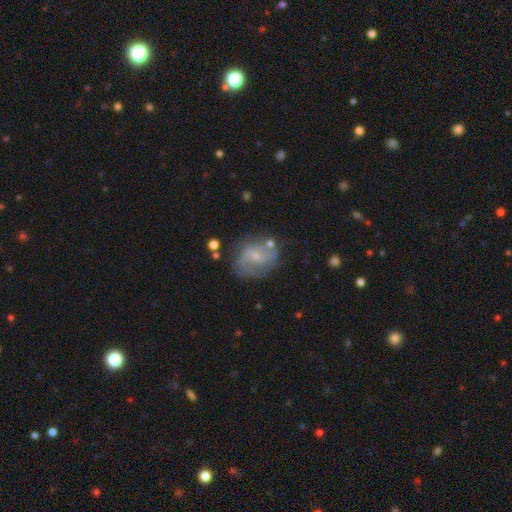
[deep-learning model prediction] This is likely a featured or disk galaxy (64%). It is clearly not viewed edge-on (97%). Bar: possibly no (51%). Spiral arm pattern: clearly yes (81%). Spiral arm count: likely 2 (67%). Spiral winding: marginally medium (43%). Central bulge: likely small (70%). Merging: likely none (63%).